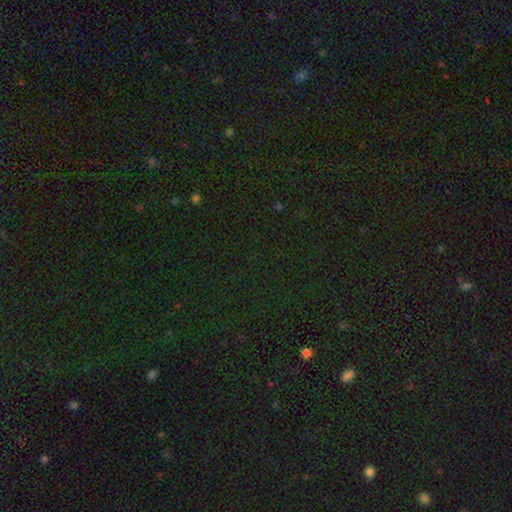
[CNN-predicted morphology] Overall: star or artifact (77%).